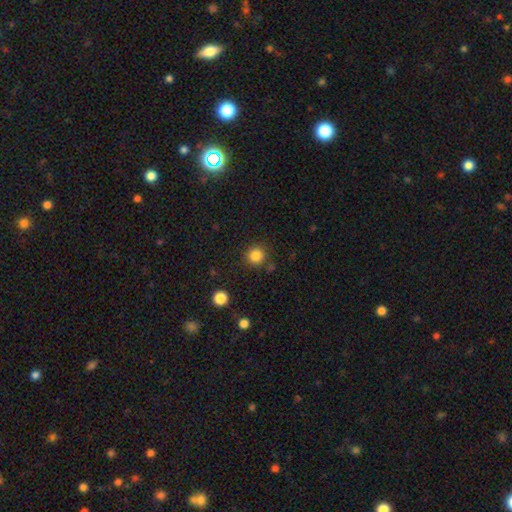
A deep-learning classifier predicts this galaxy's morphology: A smooth galaxy with no disk features (84%) that is round (93%). Merging: none (86%).